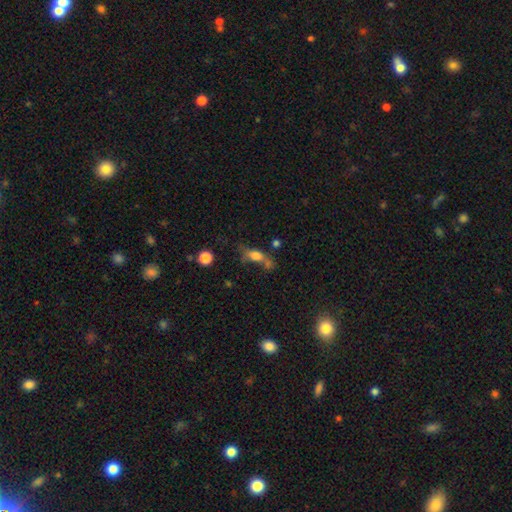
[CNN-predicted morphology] smooth-or-featured: smooth: 63% | featured or disk: 24% | star or artifact: 13%
  how-rounded: in between: 62% | cigar-shaped: 24% | round: 14%
  merging: none: 39% | merger: 23% | minor disturbance: 20% | major disturbance: 18%